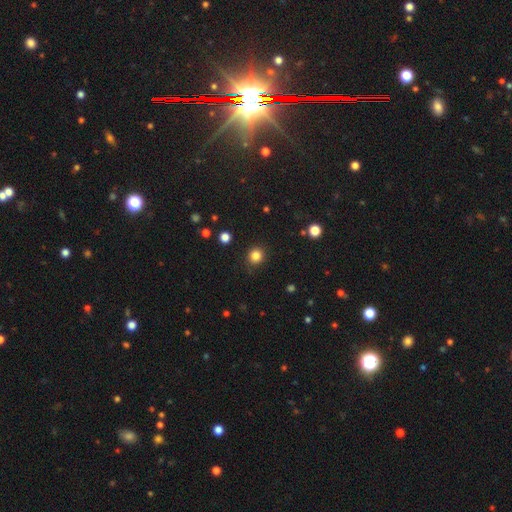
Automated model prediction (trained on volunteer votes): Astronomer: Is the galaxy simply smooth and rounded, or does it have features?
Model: smooth — 84%.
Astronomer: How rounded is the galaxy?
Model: round — 90%.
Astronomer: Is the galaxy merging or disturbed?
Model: none — 90%.